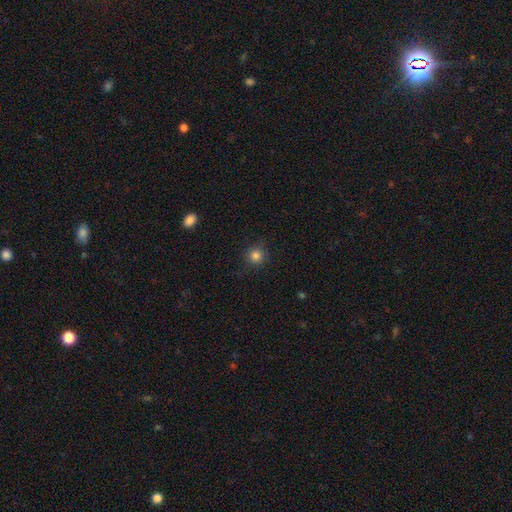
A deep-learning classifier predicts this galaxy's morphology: The model was most divided on "smooth or featured": smooth: 82%, star or artifact: 13%, featured or disk: 5%. More confident: how rounded — round (93%); merging — none (87%).